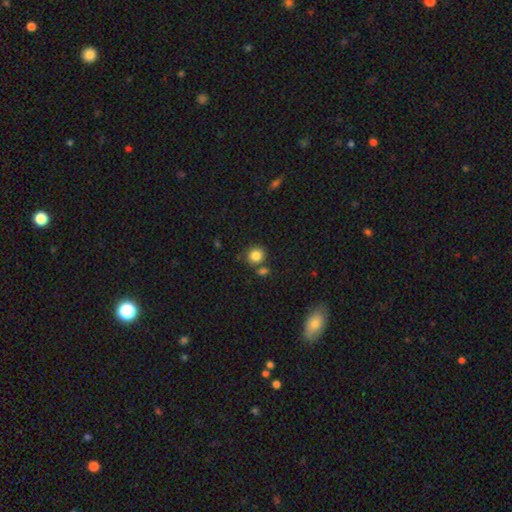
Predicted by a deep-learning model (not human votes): Smooth or featured? smooth (84%)
How rounded? round (85%)
Merging? none (71%)